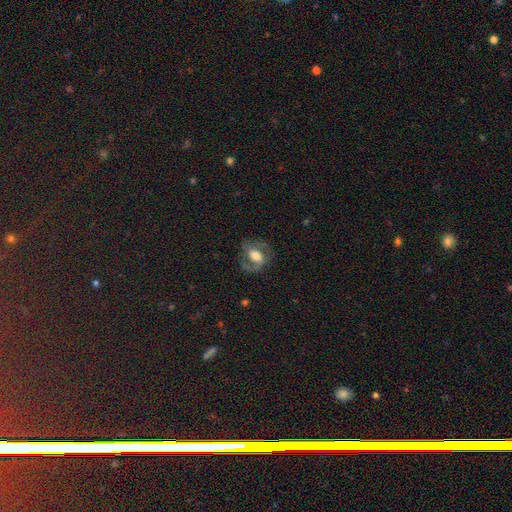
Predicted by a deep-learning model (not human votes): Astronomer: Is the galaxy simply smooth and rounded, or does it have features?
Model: featured or disk — 72%.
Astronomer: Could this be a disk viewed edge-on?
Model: no — 96%.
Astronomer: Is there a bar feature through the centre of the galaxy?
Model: weak — 41% (runner-up: no, 38%).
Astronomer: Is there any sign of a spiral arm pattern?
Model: yes — 88%.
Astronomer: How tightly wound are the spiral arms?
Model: medium — 54%.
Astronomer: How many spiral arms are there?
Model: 2 — 83%.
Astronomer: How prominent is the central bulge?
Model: moderate — 44% (runner-up: large, 40%).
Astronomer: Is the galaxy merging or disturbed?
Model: none — 67%.